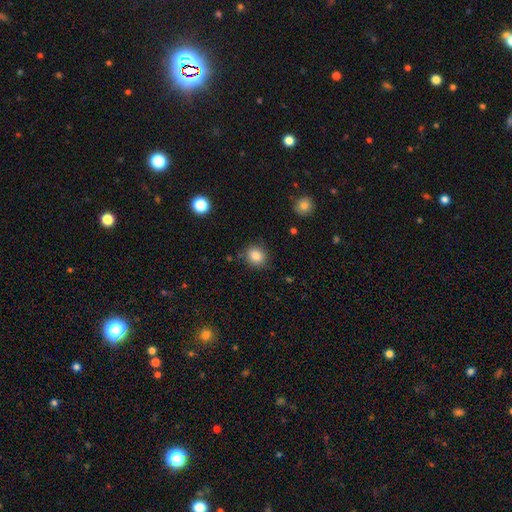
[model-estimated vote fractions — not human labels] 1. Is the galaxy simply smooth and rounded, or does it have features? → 86% smooth, 10% star or artifact, 5% featured or disk.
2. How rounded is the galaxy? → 73% round, 26% in between, 1% cigar-shaped.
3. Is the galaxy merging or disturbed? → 82% none, 13% minor disturbance, 3% major disturbance, 2% merger.